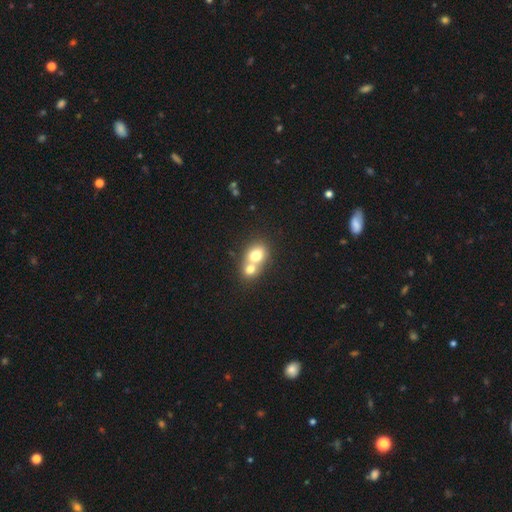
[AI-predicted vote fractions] Smooth or featured? smooth (72%)
How rounded? round (57%)
Merging? merger (70%)